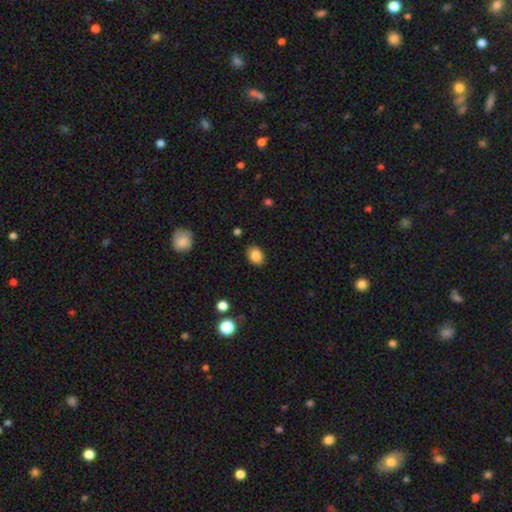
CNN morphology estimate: A smooth galaxy with no disk features (86%) that is in between round and cigar-shaped (67%).

Vote fractions:
- Smooth or featured? smooth: 86% / star or artifact: 9% / featured or disk: 5%
- How rounded? in between: 67% / round: 32% / cigar-shaped: 1%
- Merging? none: 85% / minor disturbance: 11% / major disturbance: 3% / merger: 1%